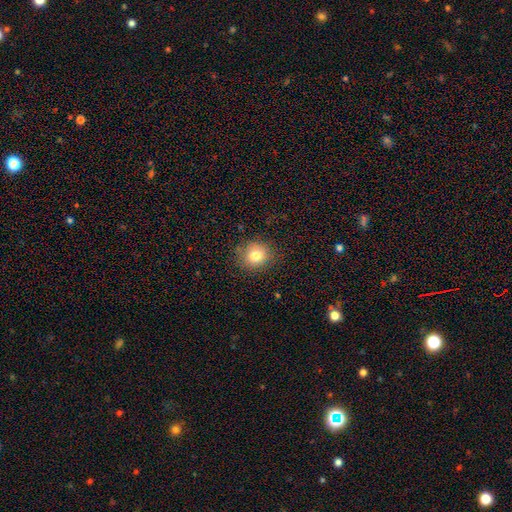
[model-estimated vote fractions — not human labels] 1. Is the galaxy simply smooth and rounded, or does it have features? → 78% smooth, 12% star or artifact, 10% featured or disk.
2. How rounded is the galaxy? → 78% round, 21% in between, 1% cigar-shaped.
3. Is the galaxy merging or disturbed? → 82% none, 13% minor disturbance, 4% major disturbance, 1% merger.